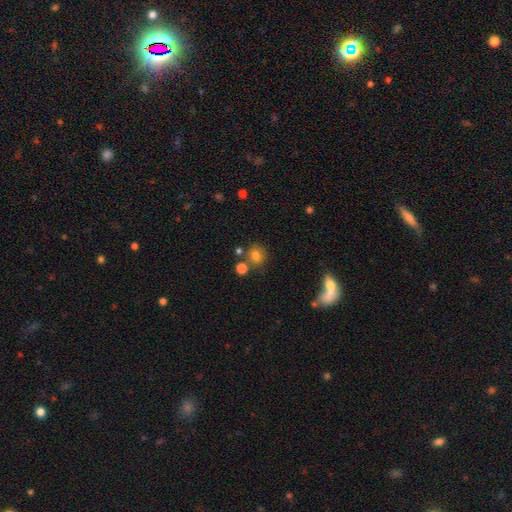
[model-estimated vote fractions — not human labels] A smooth galaxy with no disk features (77%) that is round (72%).

Vote fractions:
- Smooth or featured? smooth: 77% / star or artifact: 13% / featured or disk: 9%
- How rounded? round: 72% / in between: 27% / cigar-shaped: 1%
- Merging? none: 70% / merger: 14% / minor disturbance: 12% / major disturbance: 4%